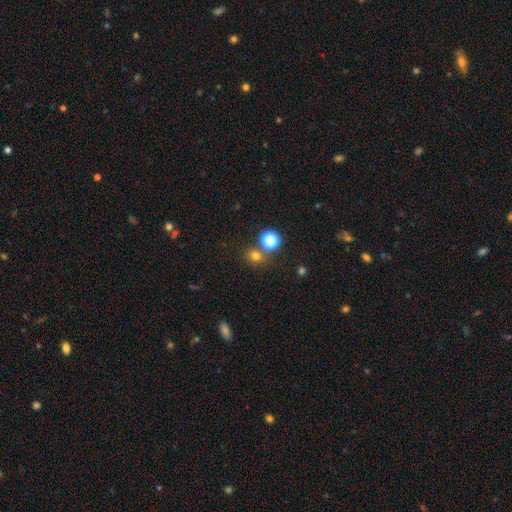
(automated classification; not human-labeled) Morphology: type=smooth (71%); roundness=round (81%); merging=none (74%).